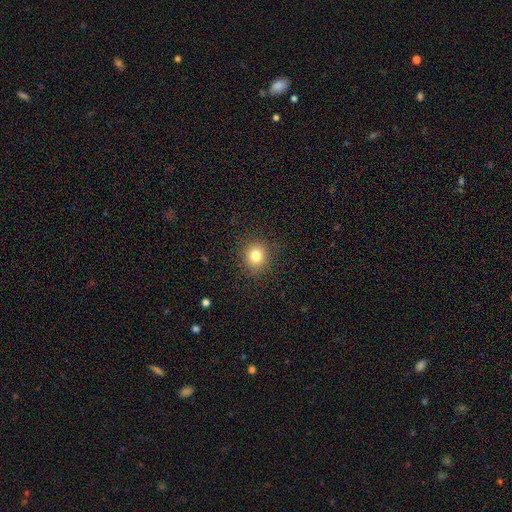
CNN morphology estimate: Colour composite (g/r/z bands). It shows a smooth galaxy with no disk features (80%) that is round (82%). Merging: none (88%).